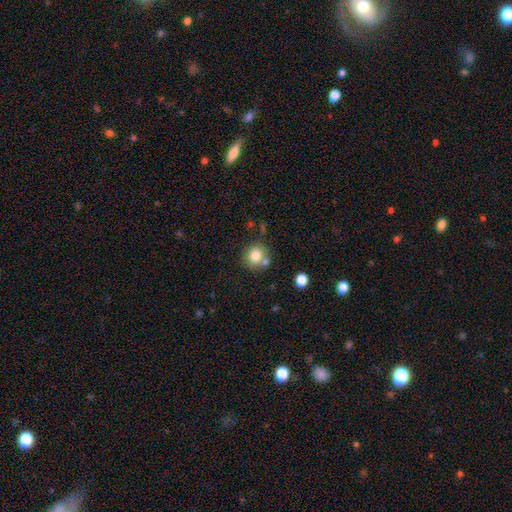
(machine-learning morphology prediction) This appears to be a smooth galaxy with no disk features (80%) that is round (80%). Merging: none (66%).